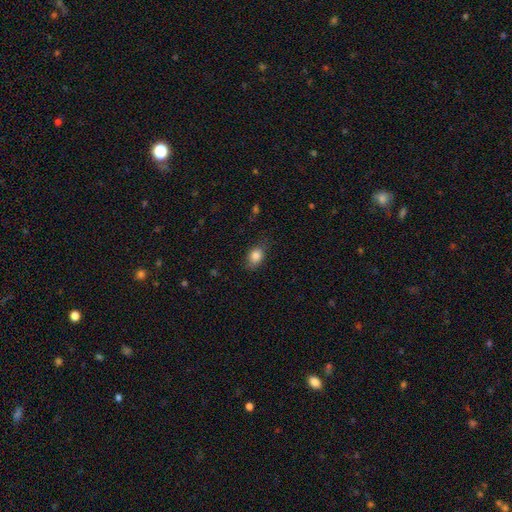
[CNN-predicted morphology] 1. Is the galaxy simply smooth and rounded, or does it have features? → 85% smooth, 9% star or artifact, 7% featured or disk.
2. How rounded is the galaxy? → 70% in between, 28% round, 2% cigar-shaped.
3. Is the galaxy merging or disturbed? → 72% none, 21% minor disturbance, 6% major disturbance, 1% merger.